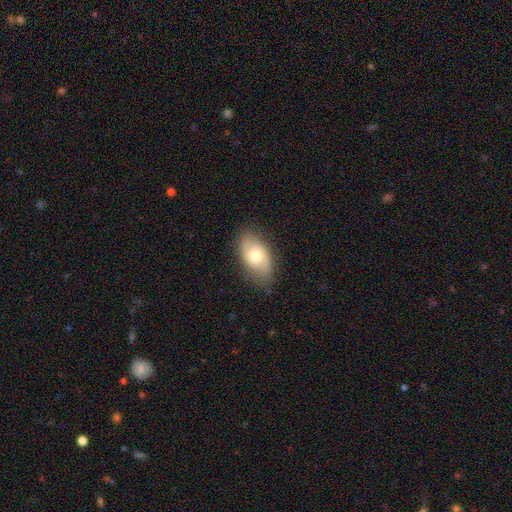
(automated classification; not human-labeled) Smooth or featured? smooth (62%)
How rounded? in between (91%)
Merging? none (78%)